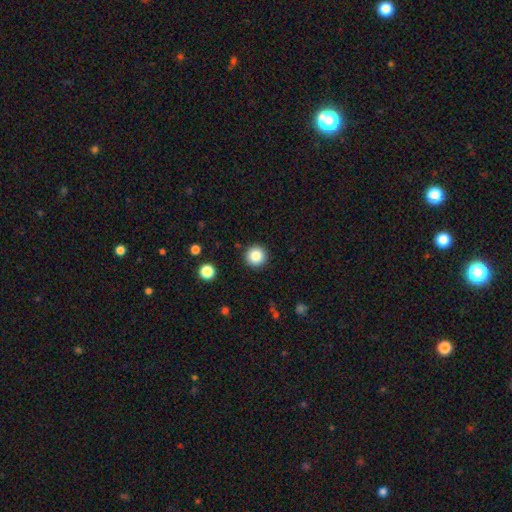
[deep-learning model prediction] A smooth galaxy with no disk features (85%) that is round (96%). Merging: none (91%).